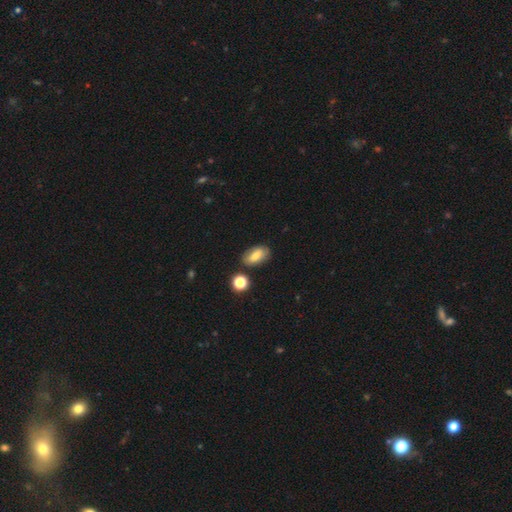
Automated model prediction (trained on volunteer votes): Smooth or featured? Predicted: smooth (p=0.69). How rounded? Predicted: in between (p=0.90). Merging? Predicted: none (p=0.77).